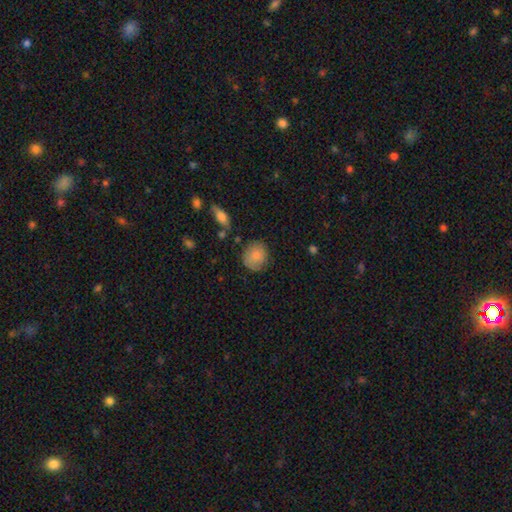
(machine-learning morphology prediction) smooth_or_featured: smooth (p=0.84) [alt: featured or disk p=0.09]
how_rounded: round (p=0.81) [alt: in between p=0.18]
merging: none (p=0.77) [alt: minor disturbance p=0.17]